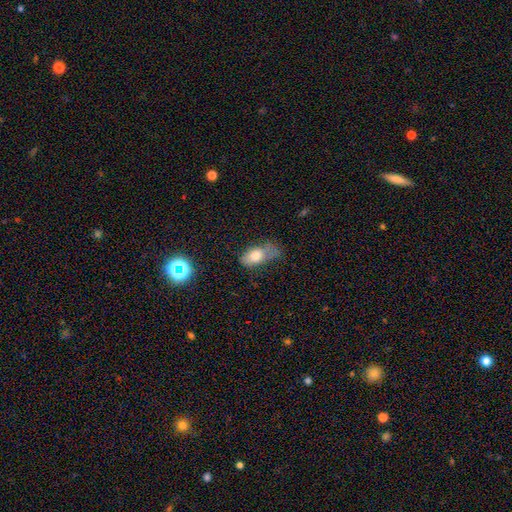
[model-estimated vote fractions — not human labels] Overall: smooth (72%). How rounded: in between (88%). Merging: minor disturbance (35%; major disturbance 32%).